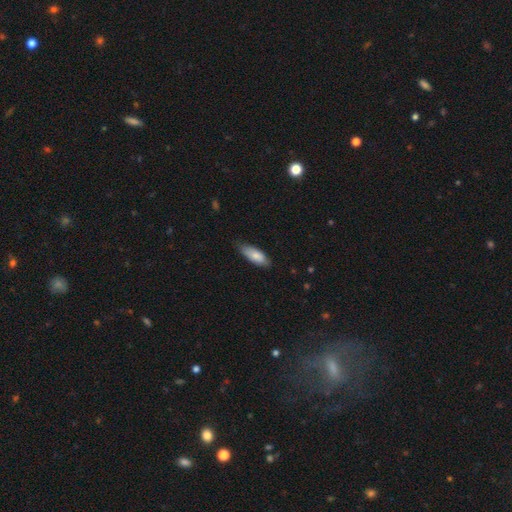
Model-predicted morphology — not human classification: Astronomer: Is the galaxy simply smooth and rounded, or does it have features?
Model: smooth — 81%.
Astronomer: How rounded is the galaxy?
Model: in between — 74%.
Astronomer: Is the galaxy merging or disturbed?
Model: none — 73%.